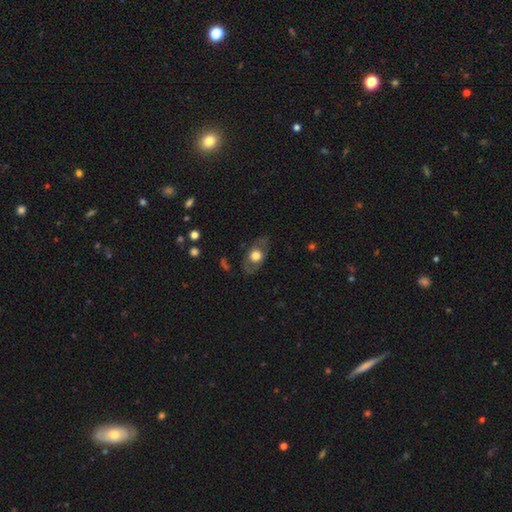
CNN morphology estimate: Smooth or featured?
  - smooth: 51% *
  - featured or disk: 42%
  - star or artifact: 7%
How rounded?
  - in between: 71% *
  - round: 26%
  - cigar-shaped: 3%
Merging?
  - none: 74% *
  - minor disturbance: 16%
  - major disturbance: 8%
  - merger: 1%